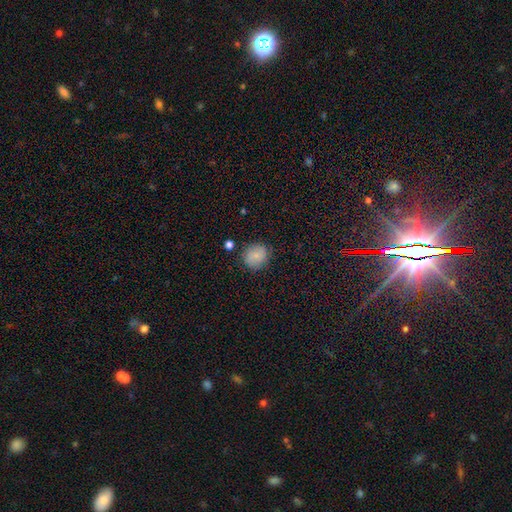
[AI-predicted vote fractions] Smooth or featured? smooth (81%)
How rounded? round (80%)
Merging? none (82%)